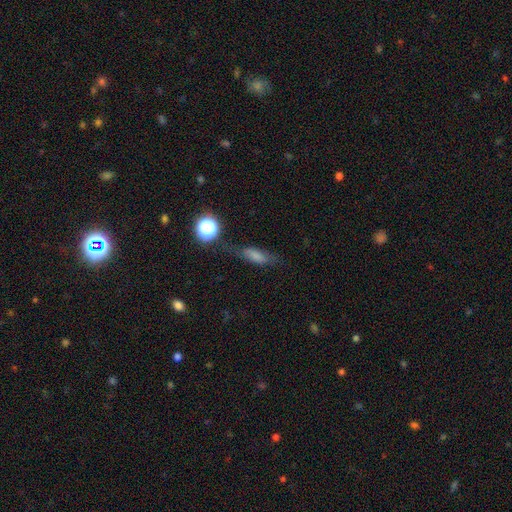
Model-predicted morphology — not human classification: This is likely a smooth galaxy (68%). How rounded: possibly in between (51%). Merging: likely none (64%).